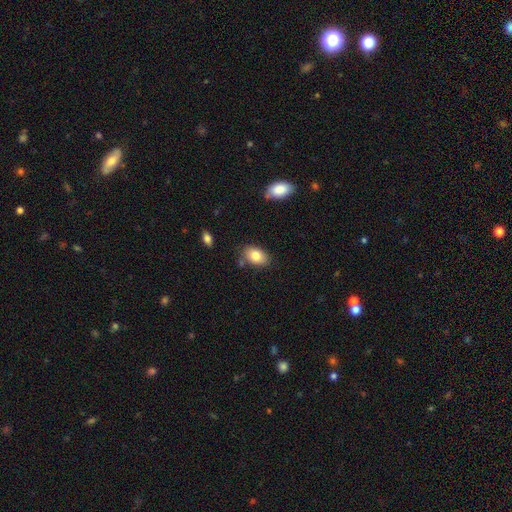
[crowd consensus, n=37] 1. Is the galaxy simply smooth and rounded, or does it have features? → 92% smooth, 8% featured or disk, 0% star or artifact.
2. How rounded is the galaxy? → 94% in between, 6% round, 0% cigar-shaped.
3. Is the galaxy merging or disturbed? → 73% none, 16% minor disturbance, 8% merger, 3% major disturbance.